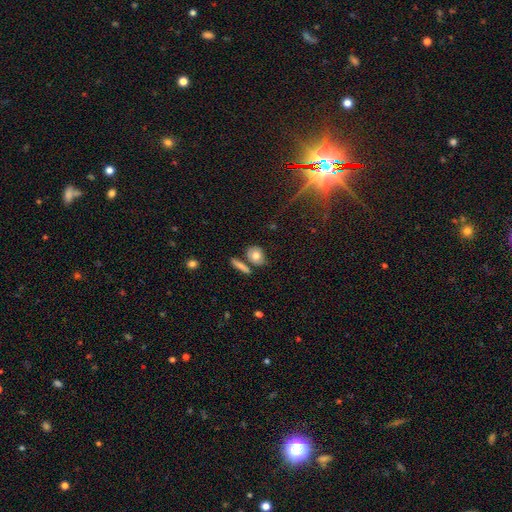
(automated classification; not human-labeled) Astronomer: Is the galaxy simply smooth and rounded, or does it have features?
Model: smooth — 74%.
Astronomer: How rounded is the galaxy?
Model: in between — 50% (runner-up: round, 43%).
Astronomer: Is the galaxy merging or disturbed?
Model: none — 68%.